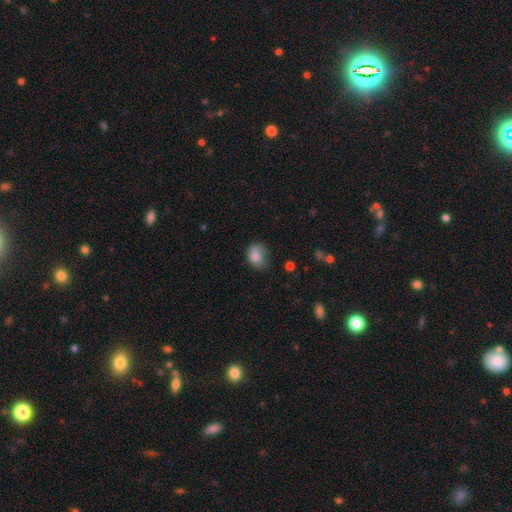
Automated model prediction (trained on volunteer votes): Smooth or featured? Predicted: smooth (p=0.84). How rounded? Predicted: in between (p=0.65). Merging? Predicted: none (p=0.55).